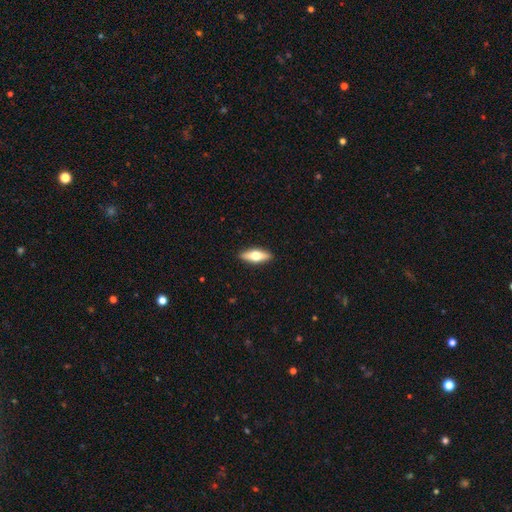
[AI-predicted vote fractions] This appears to be a smooth galaxy with no disk features (48%). Merging: none (91%).